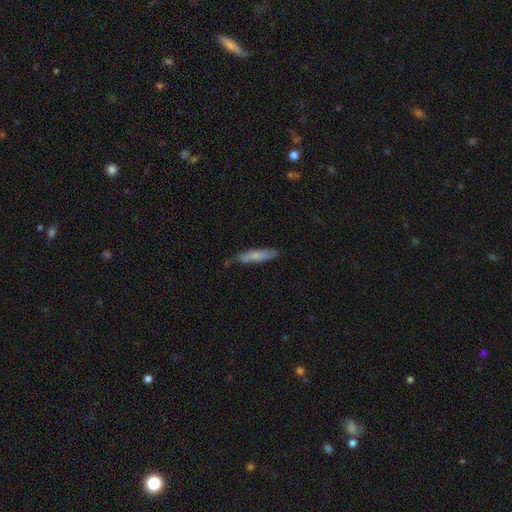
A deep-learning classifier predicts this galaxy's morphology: type=smooth (71%); roundness=cigar-shaped (83%); merging=none (75%).